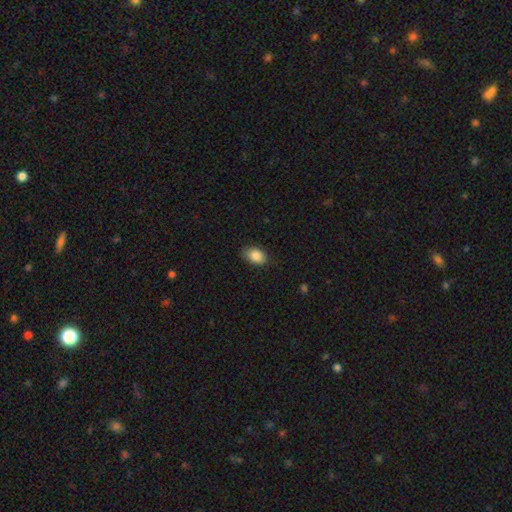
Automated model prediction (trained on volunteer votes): Smooth or featured? Predicted: smooth (p=0.85). How rounded? Predicted: in between (p=0.85). Merging? Predicted: none (p=0.77).